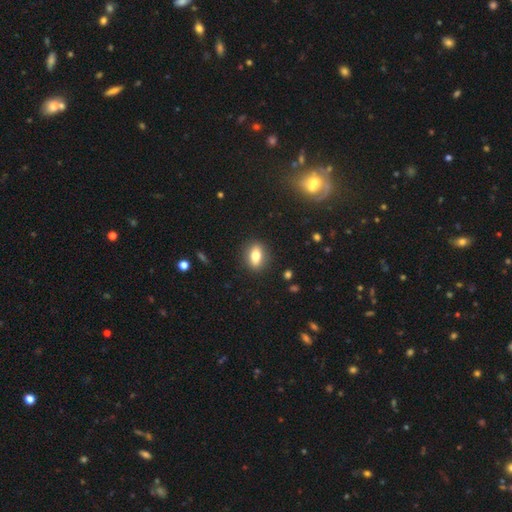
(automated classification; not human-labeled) The model was most divided on "smooth or featured": smooth: 70%, featured or disk: 20%, star or artifact: 9%. More confident: merging — none (87%); how rounded — in between (72%).